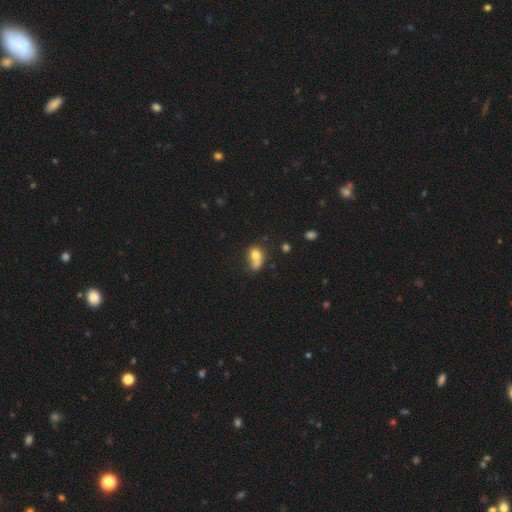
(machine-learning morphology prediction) smooth_or_featured: smooth (p=0.72) [alt: featured or disk p=0.17]
how_rounded: in between (p=0.54) [alt: round p=0.44]
merging: merger (p=0.43) [alt: none p=0.28]